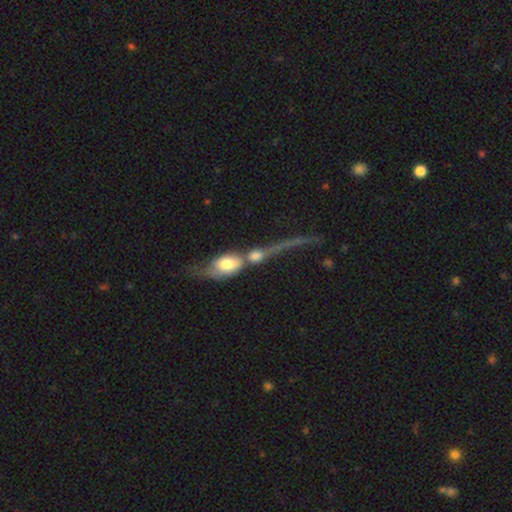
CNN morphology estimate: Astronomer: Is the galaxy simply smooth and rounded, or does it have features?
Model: smooth — 53% (runner-up: featured or disk, 35%).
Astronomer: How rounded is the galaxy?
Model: in between — 55%.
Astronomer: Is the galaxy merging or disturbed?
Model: merger — 60%.